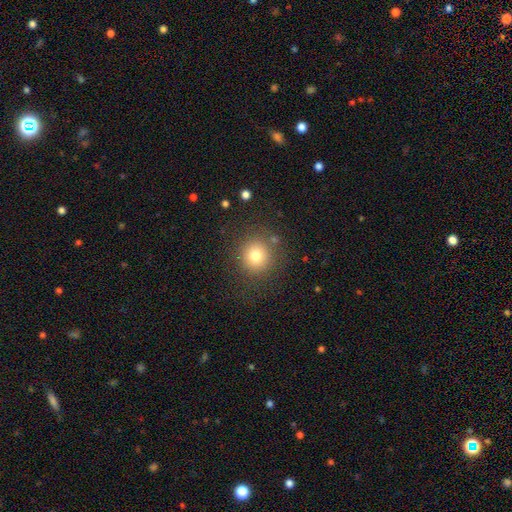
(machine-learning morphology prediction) smooth 77%, star or artifact 13%, featured or disk 10%. Down the decision tree: how rounded — round (91%); merging — none (85%).